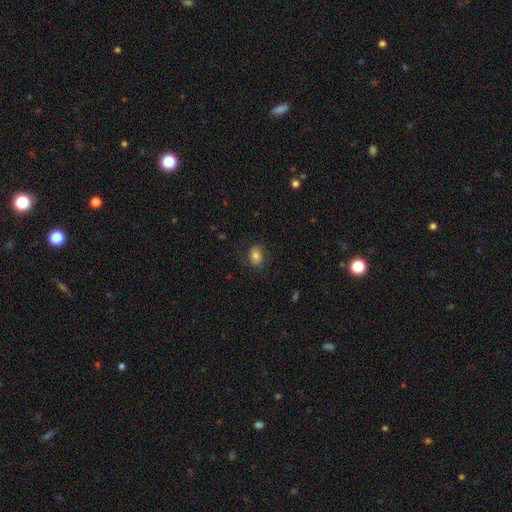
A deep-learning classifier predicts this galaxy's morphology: This is likely a smooth galaxy (77%). How rounded: likely in between (74%). Merging: likely none (76%).